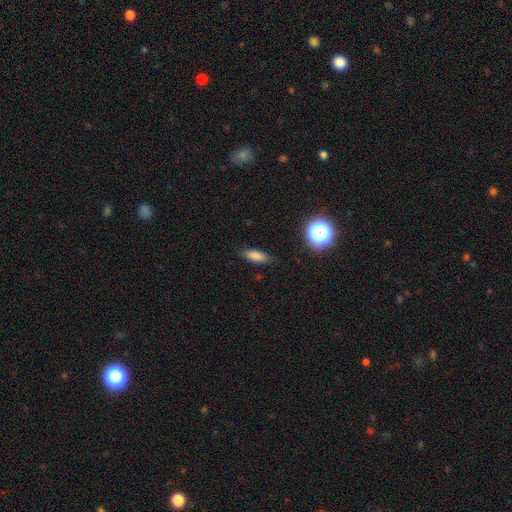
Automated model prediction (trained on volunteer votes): Smooth or featured? smooth (80%)
How rounded? in between (57%)
Merging? none (83%)